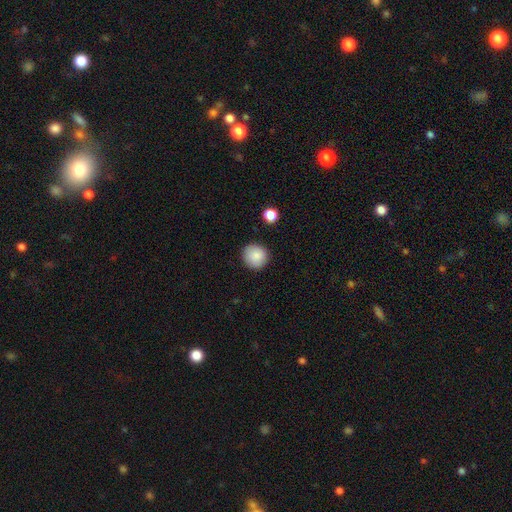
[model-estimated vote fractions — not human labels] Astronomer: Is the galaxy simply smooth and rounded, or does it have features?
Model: smooth — 88%.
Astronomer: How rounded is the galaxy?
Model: round — 93%.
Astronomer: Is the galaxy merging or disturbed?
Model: none — 90%.